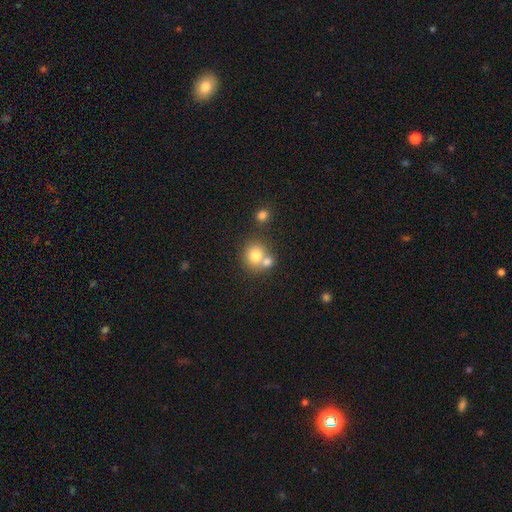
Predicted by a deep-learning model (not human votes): smooth 77%, featured or disk 13%, star or artifact 11%. Down the decision tree: how rounded — round (81%); merging — merger (45%).